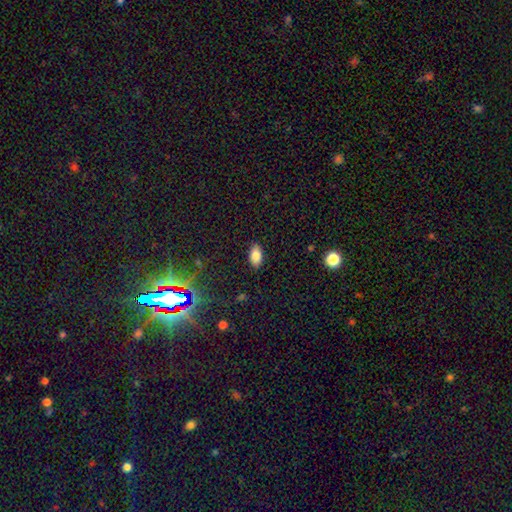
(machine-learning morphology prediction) smooth-or-featured: smooth: 80% | featured or disk: 10% | star or artifact: 9%
  how-rounded: in between: 92% | round: 4% | cigar-shaped: 4%
  merging: none: 88% | minor disturbance: 9% | major disturbance: 2% | merger: 1%